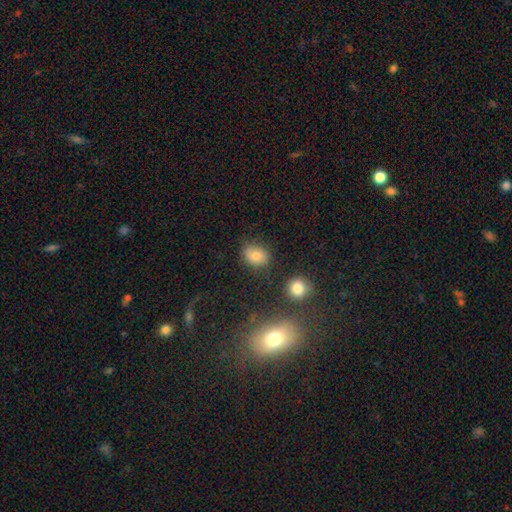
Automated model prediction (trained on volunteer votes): smooth_or_featured: smooth (p=0.78) [alt: star or artifact p=0.13]
how_rounded: in between (p=0.67) [alt: round p=0.32]
merging: none (p=0.76) [alt: minor disturbance p=0.15]